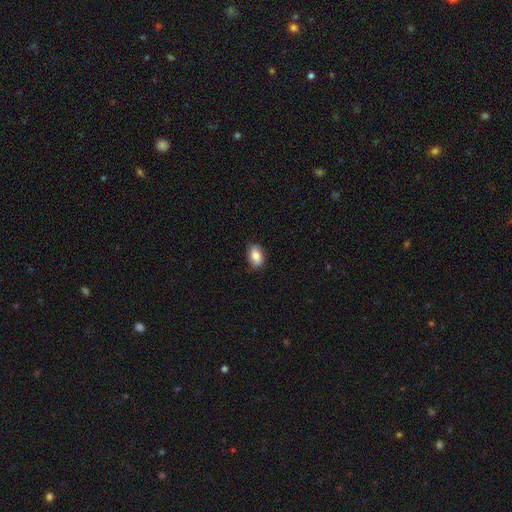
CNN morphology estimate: A smooth galaxy with no disk features (81%) that is in between round and cigar-shaped (88%).

Vote fractions:
- Smooth or featured? smooth: 81% / featured or disk: 12% / star or artifact: 7%
- How rounded? in between: 88% / round: 10% / cigar-shaped: 2%
- Merging? none: 80% / minor disturbance: 16% / major disturbance: 3% / merger: 1%